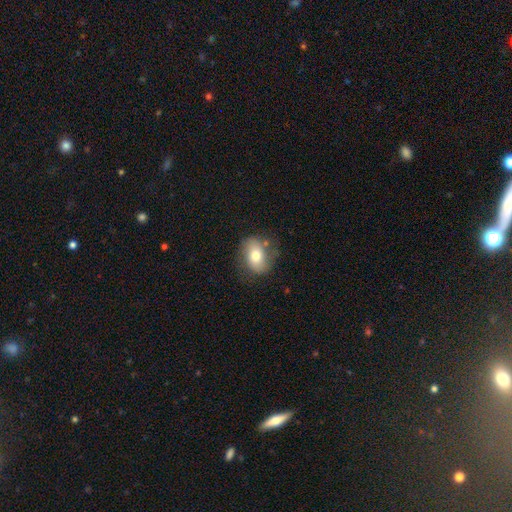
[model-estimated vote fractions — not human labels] Smooth or featured?
  - smooth: 68% *
  - featured or disk: 24%
  - star or artifact: 8%
How rounded?
  - in between: 71% *
  - round: 27%
  - cigar-shaped: 2%
Merging?
  - none: 69% *
  - minor disturbance: 21%
  - major disturbance: 7%
  - merger: 3%